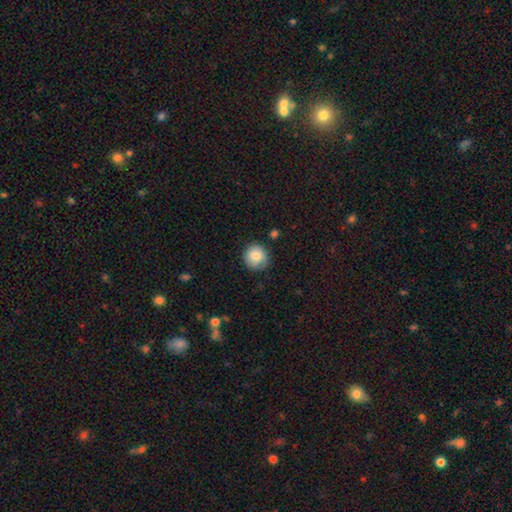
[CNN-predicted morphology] Overall: smooth (82%). How rounded: round (93%). Merging: none (82%).